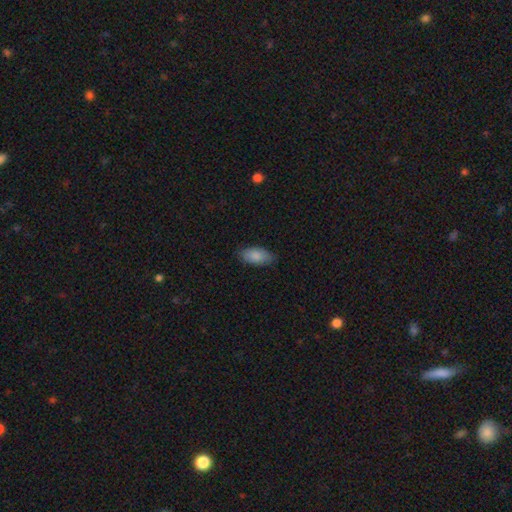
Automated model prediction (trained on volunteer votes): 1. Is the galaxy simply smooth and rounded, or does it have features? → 87% smooth, 7% featured or disk, 6% star or artifact.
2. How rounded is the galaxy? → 91% in between, 6% cigar-shaped, 2% round.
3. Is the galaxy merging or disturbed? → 83% none, 13% minor disturbance, 3% major disturbance, 1% merger.